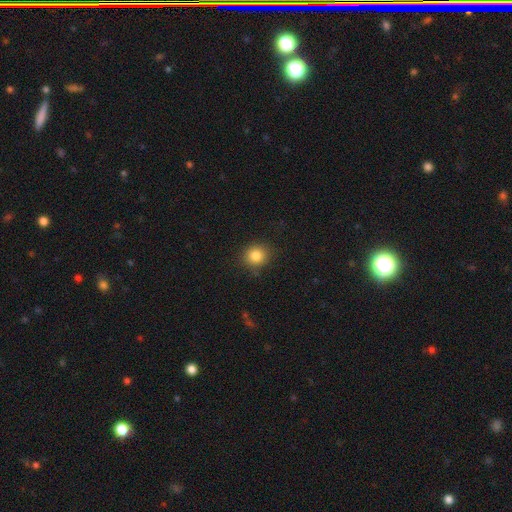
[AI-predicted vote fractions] Overall: smooth (83%). How rounded: round (84%). Merging: none (85%).